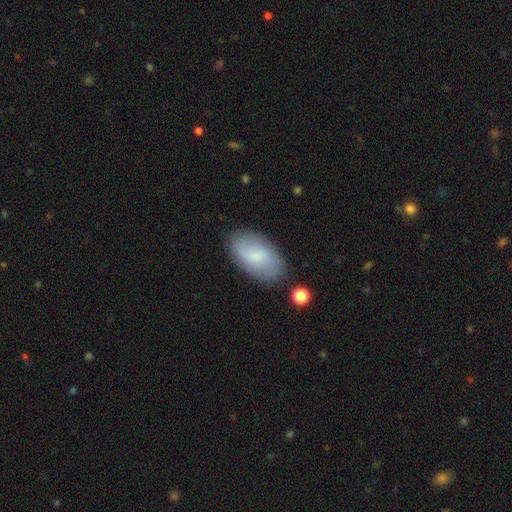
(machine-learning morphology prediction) Smooth or featured? smooth (62%)
How rounded? in between (93%)
Merging? none (81%)